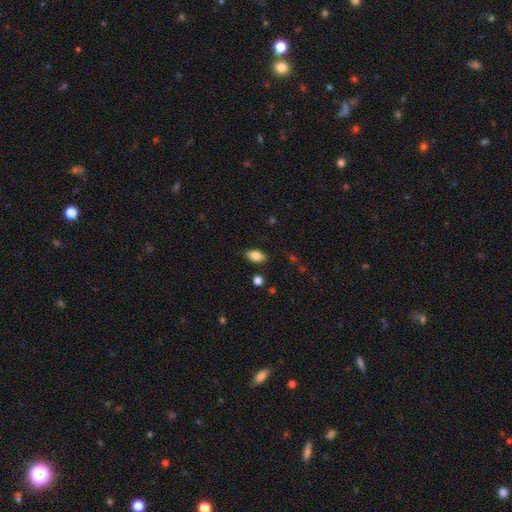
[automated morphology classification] The model was most divided on "smooth or featured": smooth: 82%, featured or disk: 10%, star or artifact: 8%. More confident: how rounded — in between (90%); merging — none (86%).